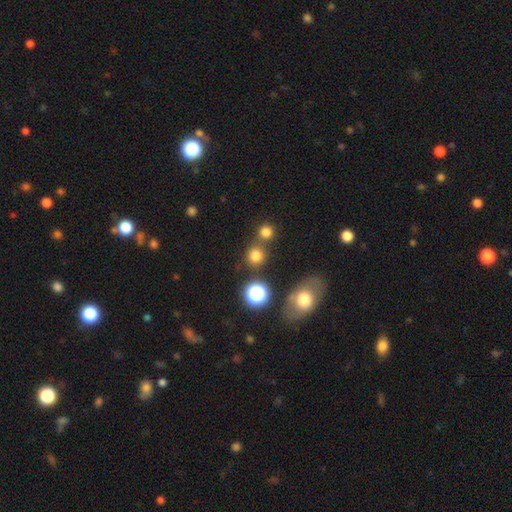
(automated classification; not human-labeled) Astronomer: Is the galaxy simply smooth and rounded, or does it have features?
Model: smooth — 76%.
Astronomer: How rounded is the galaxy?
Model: round — 88%.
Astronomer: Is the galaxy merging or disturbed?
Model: none — 69%.